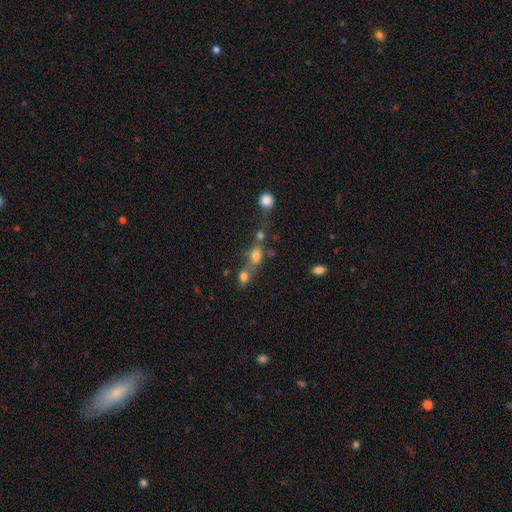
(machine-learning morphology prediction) A smooth galaxy with no disk features (71%) that is in between round and cigar-shaped (52%).

Vote fractions:
- Smooth or featured? smooth: 71% / featured or disk: 15% / star or artifact: 15%
- How rounded? in between: 52% / round: 41% / cigar-shaped: 7%
- Merging? merger: 50% / none: 32% / minor disturbance: 10% / major disturbance: 8%